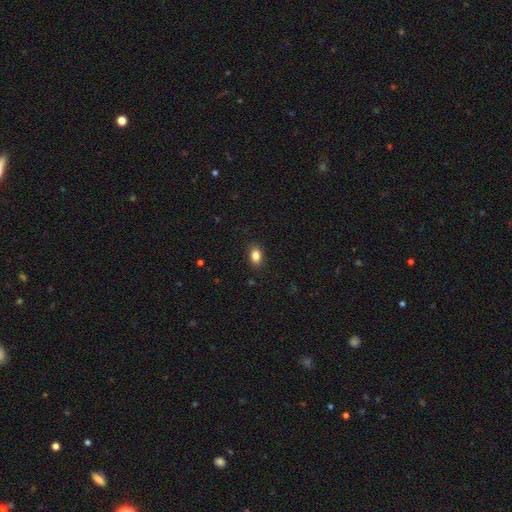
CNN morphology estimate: type=smooth (85%); roundness=in between (83%); merging=none (88%).